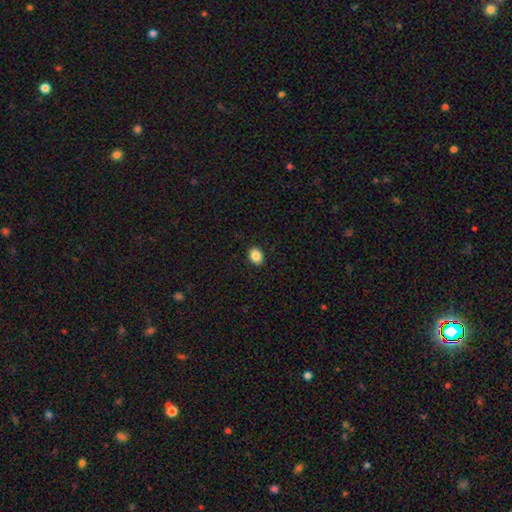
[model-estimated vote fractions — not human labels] Smooth or featured? Predicted: smooth (p=0.87). How rounded? Predicted: in between (p=0.61). Merging? Predicted: none (p=0.91).